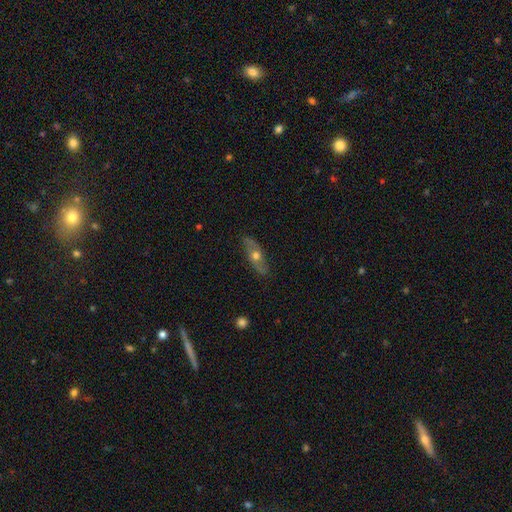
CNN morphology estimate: Q: Smooth or featured?
A: featured or disk (57%); runner-up: smooth (37%)
Q: Edge-on disk?
A: no (63%); runner-up: yes (37%)
Q: Merging?
A: none (82%); runner-up: minor disturbance (14%)